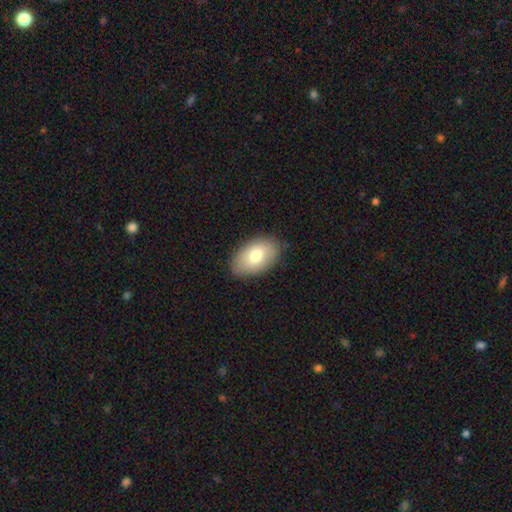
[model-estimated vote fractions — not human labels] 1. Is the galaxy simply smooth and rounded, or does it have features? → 76% smooth, 17% featured or disk, 7% star or artifact.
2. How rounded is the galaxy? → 92% in between, 7% round, 1% cigar-shaped.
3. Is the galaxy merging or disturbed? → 84% none, 12% minor disturbance, 3% major disturbance, 1% merger.